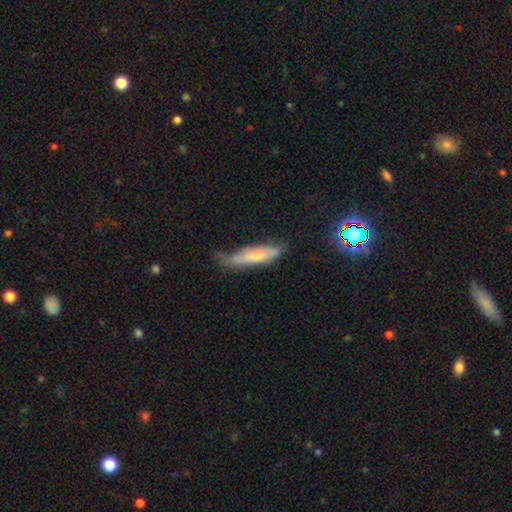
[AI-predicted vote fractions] Smooth or featured: smooth — 65% (featured or disk — 27%)
How rounded: cigar-shaped — 75% (in between — 24%)
Merging: none — 41% (minor disturbance — 38%)